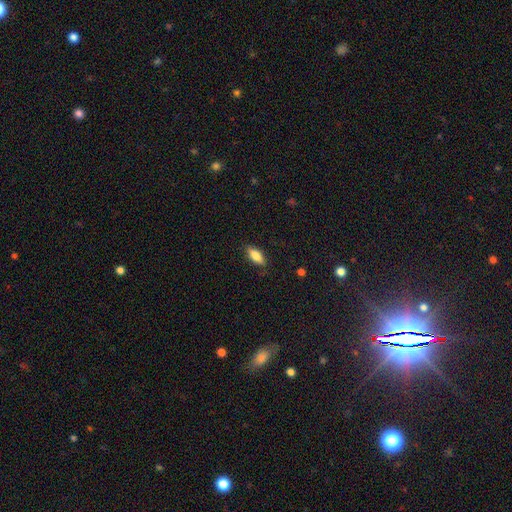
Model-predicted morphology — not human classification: Smooth or featured? Predicted: smooth (p=0.79). How rounded? Predicted: in between (p=0.74). Merging? Predicted: none (p=0.83).